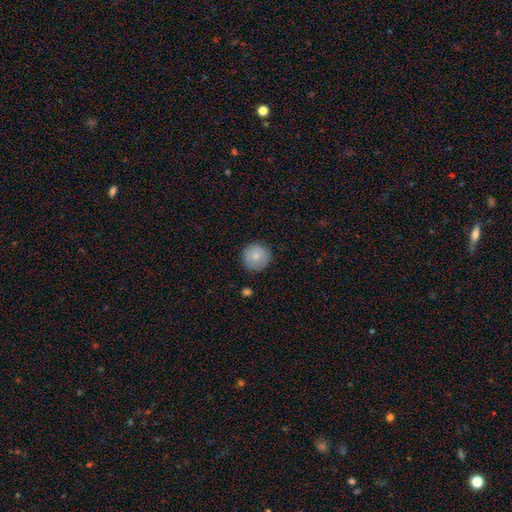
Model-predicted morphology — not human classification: A smooth galaxy with no disk features (83%) that is round (95%).

Vote fractions:
- Smooth or featured? smooth: 83% / featured or disk: 10% / star or artifact: 8%
- How rounded? round: 95% / in between: 4% / cigar-shaped: 1%
- Merging? none: 88% / minor disturbance: 8% / major disturbance: 2% / merger: 1%